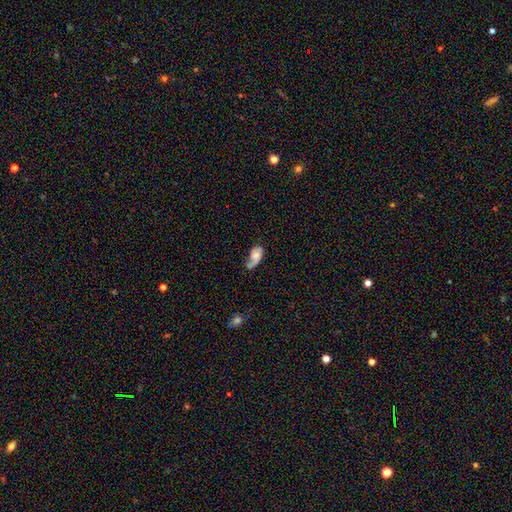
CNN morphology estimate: This appears to be a featured or disk galaxy (55%) with no bar (73%), spiral arms (85%) and a moderate central bulge (42%). Merging: none (37%).